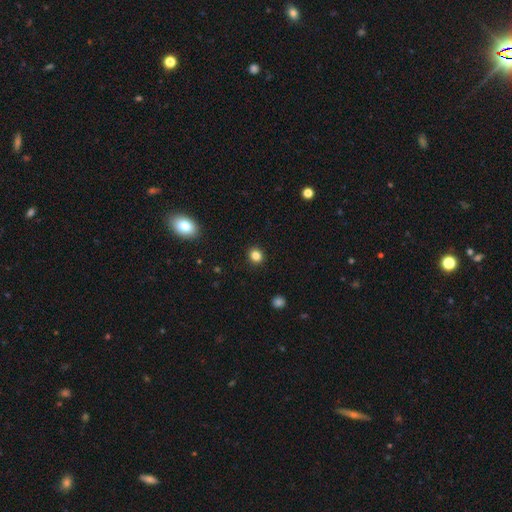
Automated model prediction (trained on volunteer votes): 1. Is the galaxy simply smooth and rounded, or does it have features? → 83% smooth, 12% star or artifact, 5% featured or disk.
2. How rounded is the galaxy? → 83% round, 16% in between, 1% cigar-shaped.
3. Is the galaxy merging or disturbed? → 92% none, 5% minor disturbance, 2% major disturbance, 1% merger.